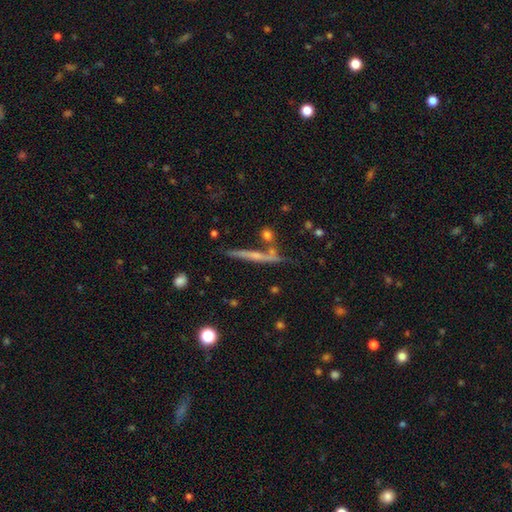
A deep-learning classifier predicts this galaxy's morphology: A featured or disk galaxy (58%) viewed edge-on (94%) with no central bulge (52%). Merging: none (74%).